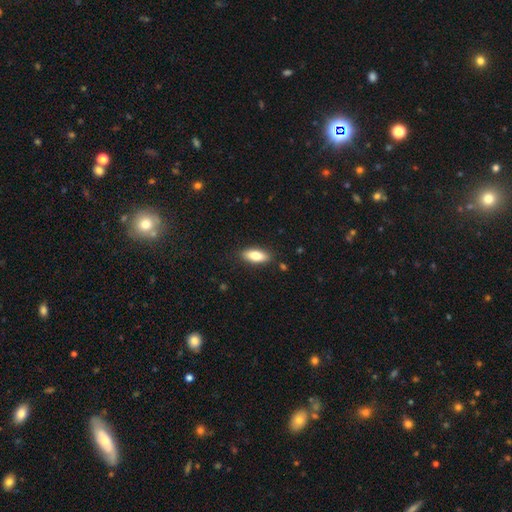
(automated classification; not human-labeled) The model was most divided on "how rounded": in between: 77%, cigar-shaped: 20%, round: 2%. More confident: merging — none (86%); smooth or featured — smooth (78%).